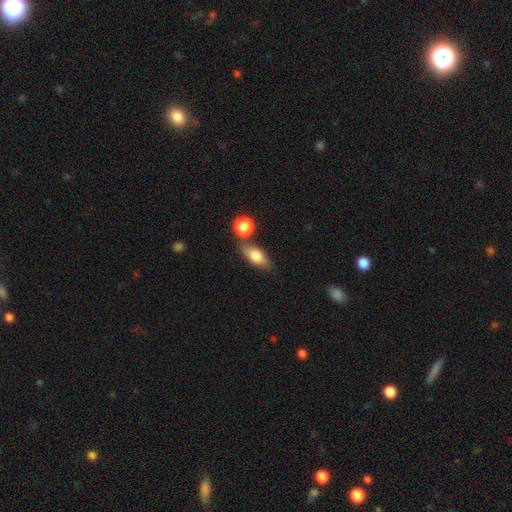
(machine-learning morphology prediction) smooth 76%, featured or disk 17%, star or artifact 7%. Down the decision tree: how rounded — in between (80%); merging — none (64%).